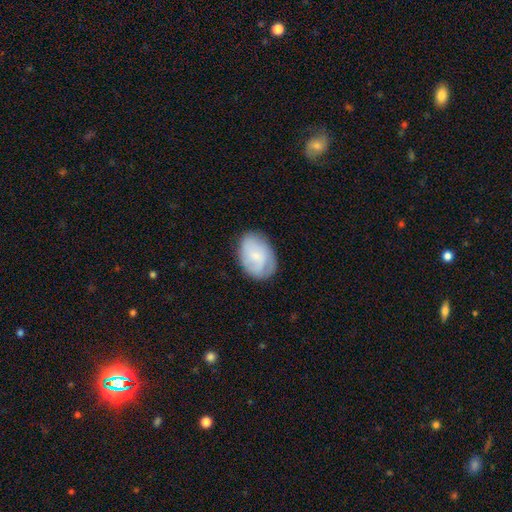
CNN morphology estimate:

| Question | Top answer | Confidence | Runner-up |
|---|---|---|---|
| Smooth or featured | smooth | 58% | featured or disk (36%) |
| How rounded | in between | 80% | round (19%) |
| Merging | none | 74% | minor disturbance (19%) |